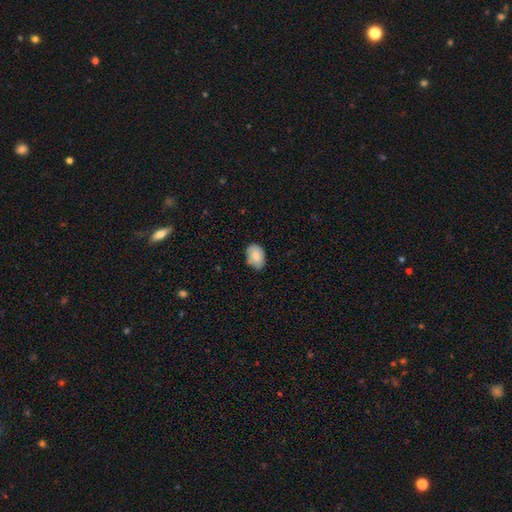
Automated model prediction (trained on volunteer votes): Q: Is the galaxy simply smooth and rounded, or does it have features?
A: smooth — 83%.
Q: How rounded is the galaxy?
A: in between — 84%.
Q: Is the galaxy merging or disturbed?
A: none — 74%.